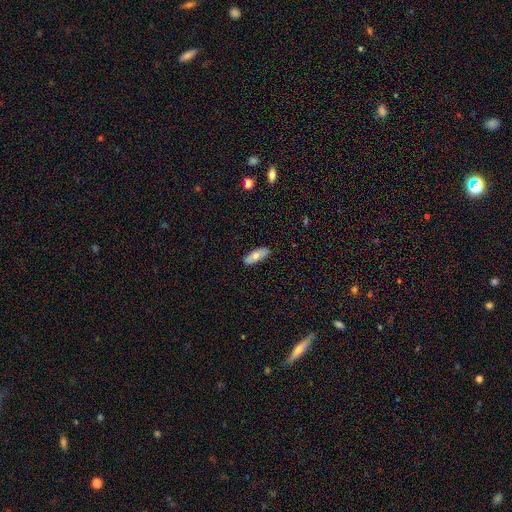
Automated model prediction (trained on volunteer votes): Smooth or featured? Predicted: smooth (p=0.68). How rounded? Predicted: in between (p=0.71). Merging? Predicted: none (p=0.88).